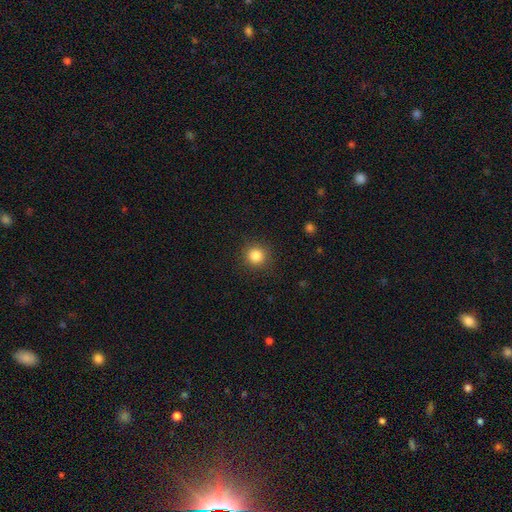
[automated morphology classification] smooth 84%, star or artifact 11%, featured or disk 5%. Down the decision tree: how rounded — round (93%); merging — none (91%).